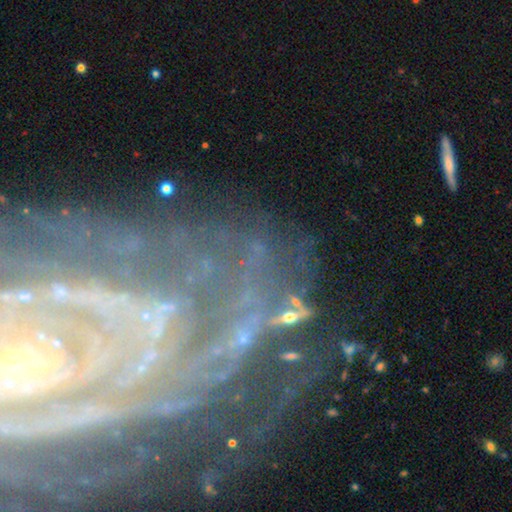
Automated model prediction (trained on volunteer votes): Smooth or featured? featured or disk (56%)
Edge-on disk? no (89%)
Merging? none (55%)